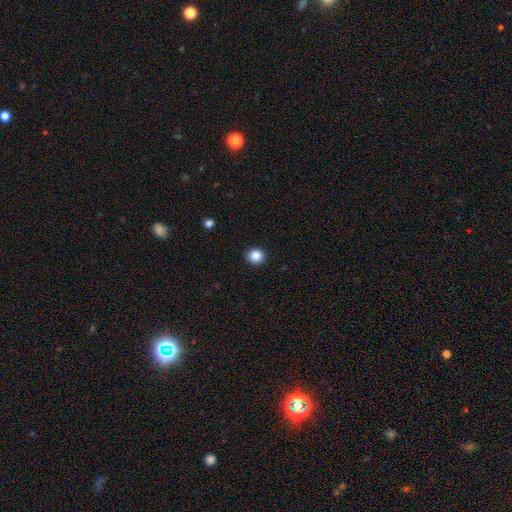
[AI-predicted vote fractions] The model was most divided on "smooth or featured": smooth: 86%, star or artifact: 10%, featured or disk: 3%. More confident: merging — none (92%); how rounded — round (88%).